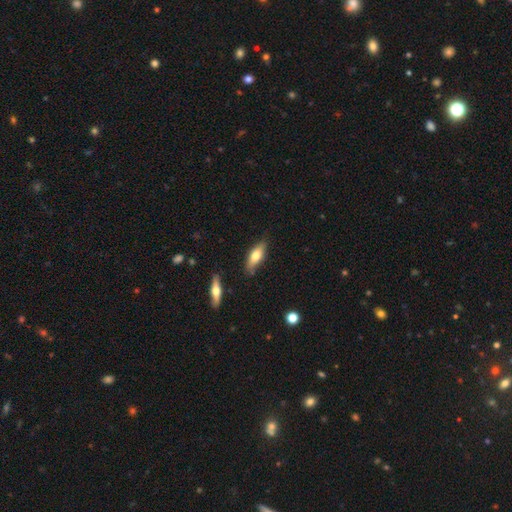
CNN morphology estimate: Smooth or featured? Predicted: smooth (p=0.65). How rounded? Predicted: in between (p=0.64). Merging? Predicted: none (p=0.78).